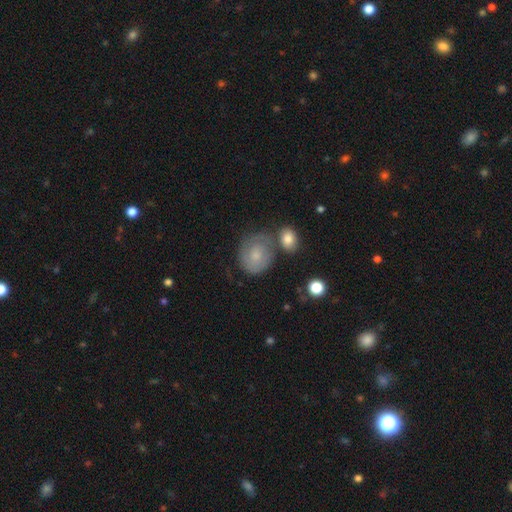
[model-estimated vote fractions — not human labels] smooth_or_featured: smooth (p=0.64) [alt: featured or disk p=0.28]
how_rounded: round (p=0.68) [alt: in between p=0.31]
merging: none (p=0.52) [alt: minor disturbance p=0.23]